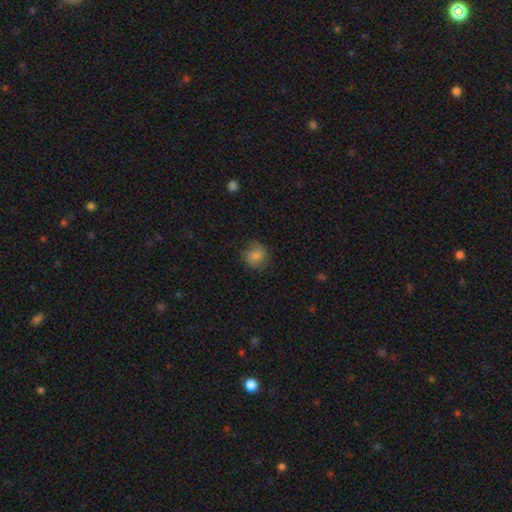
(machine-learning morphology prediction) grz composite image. It shows a smooth galaxy with no disk features (66%) that is round (74%). Merging: none (70%).